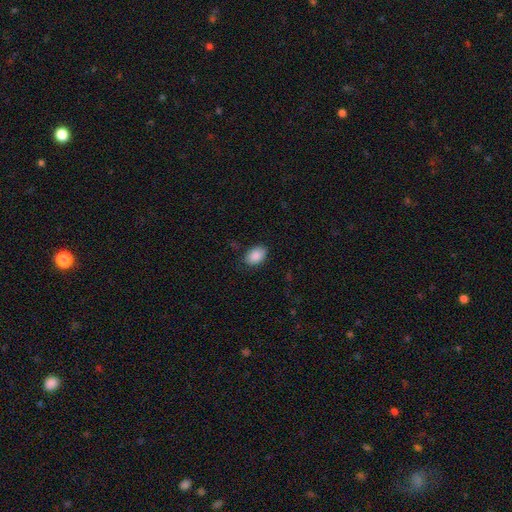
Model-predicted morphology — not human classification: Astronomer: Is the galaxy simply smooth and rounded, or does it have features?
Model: smooth — 89%.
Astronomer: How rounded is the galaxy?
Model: in between — 85%.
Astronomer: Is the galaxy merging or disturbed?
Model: none — 82%.